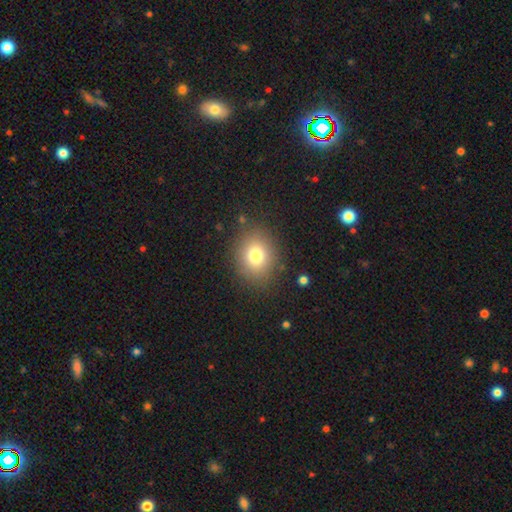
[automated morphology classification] This appears to be a smooth galaxy with no disk features (77%) that is round (67%). Merging: none (85%).